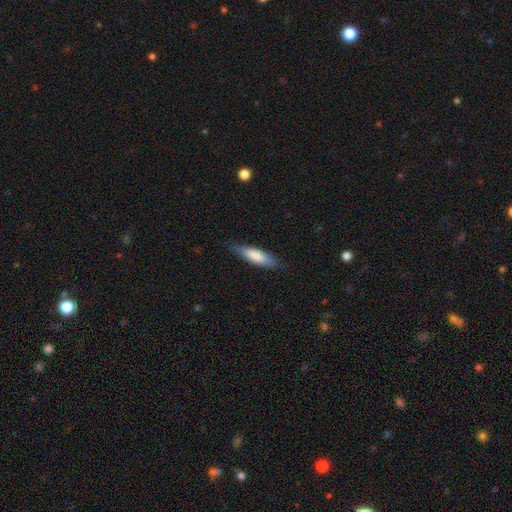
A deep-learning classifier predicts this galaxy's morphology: Smooth or featured?
  - smooth: 77% *
  - featured or disk: 18%
  - star or artifact: 5%
How rounded?
  - cigar-shaped: 60% *
  - in between: 39%
  - round: 1%
Merging?
  - none: 82% *
  - minor disturbance: 15%
  - major disturbance: 3%
  - merger: 1%